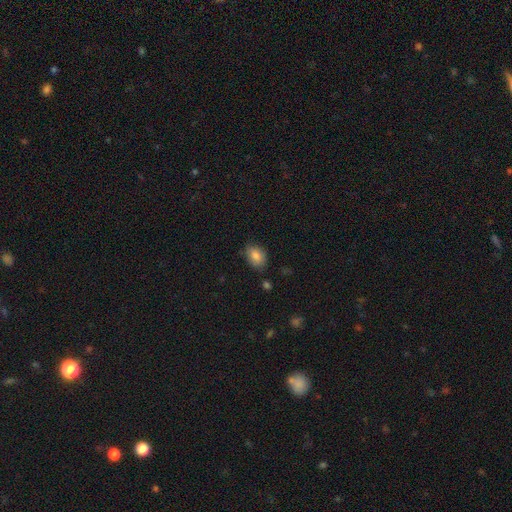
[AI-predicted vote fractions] The model was most divided on "how rounded": in between: 78%, round: 20%, cigar-shaped: 1%. More confident: smooth or featured — smooth (85%); merging — none (77%).